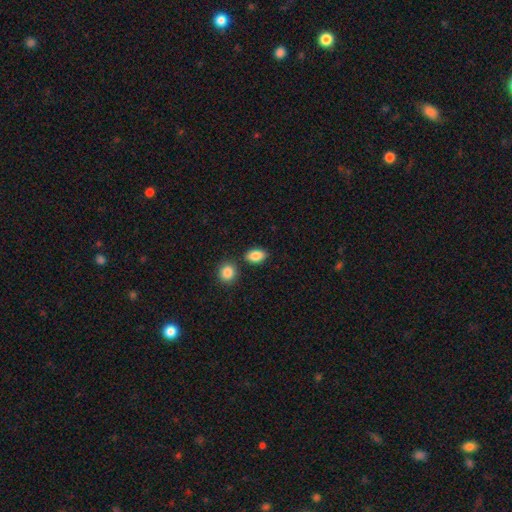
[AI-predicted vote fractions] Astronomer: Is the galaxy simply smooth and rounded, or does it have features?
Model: smooth — 87%.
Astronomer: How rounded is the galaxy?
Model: in between — 86%.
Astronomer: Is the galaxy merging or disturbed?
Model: none — 80%.